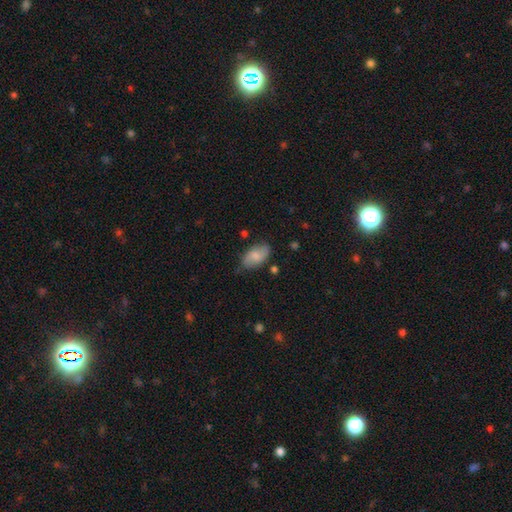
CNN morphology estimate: A smooth galaxy with no disk features (65%) that is in between round and cigar-shaped (93%). Merging: none (74%).